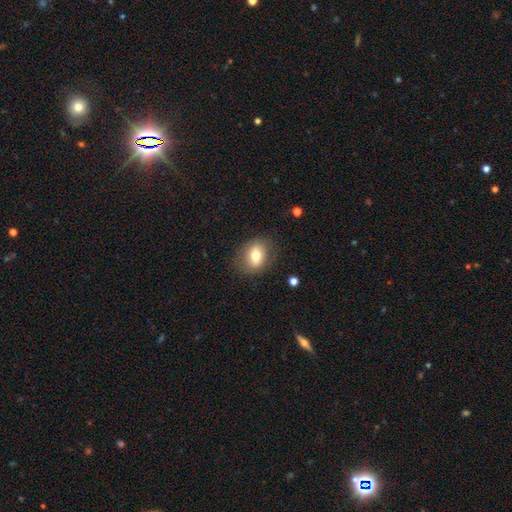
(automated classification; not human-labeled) Q: Smooth or featured?
A: smooth (73%); runner-up: featured or disk (19%)
Q: How rounded?
A: in between (62%); runner-up: round (37%)
Q: Merging?
A: none (81%); runner-up: minor disturbance (13%)